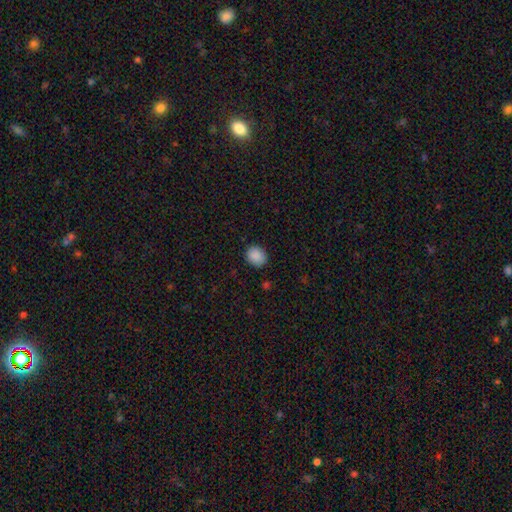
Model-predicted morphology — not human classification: This appears to be a smooth galaxy with no disk features (89%) that is round (60%). Merging: none (87%).